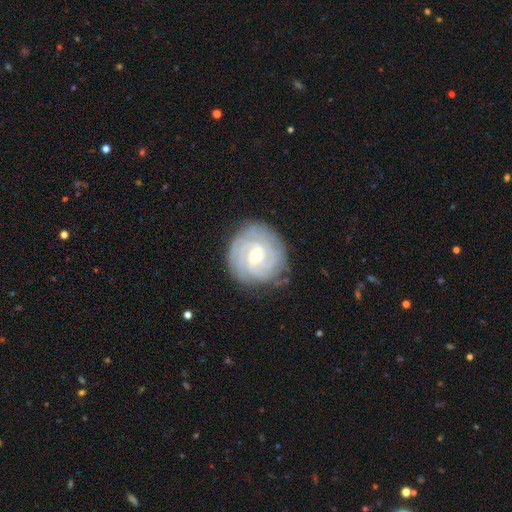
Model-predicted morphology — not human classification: This appears to be a featured or disk galaxy (88%) with a weak bar (50%), 4 (25%) tight (85%) spiral arms (98%) and a moderate central bulge (60%). Merging: none (84%).